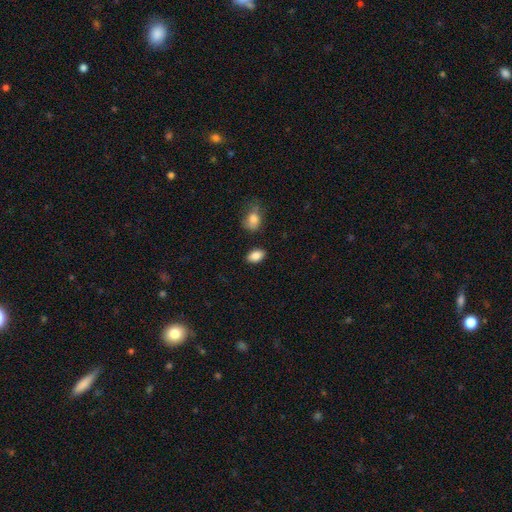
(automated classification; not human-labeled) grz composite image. It shows a smooth galaxy with no disk features (87%) that is in between round and cigar-shaped (88%). Merging: none (82%).